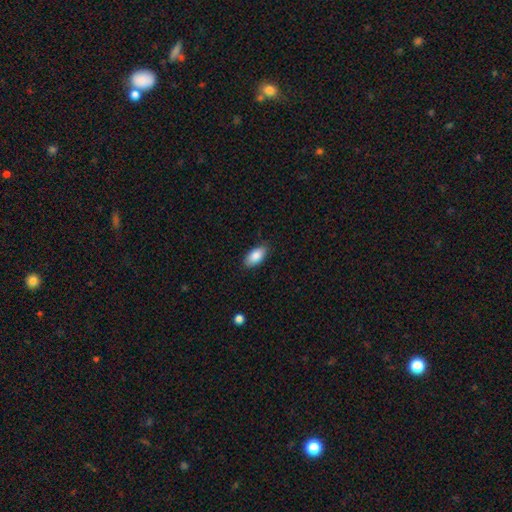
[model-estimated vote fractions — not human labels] smooth 87%, featured or disk 7%, star or artifact 6%. Down the decision tree: how rounded — in between (92%); merging — none (84%).